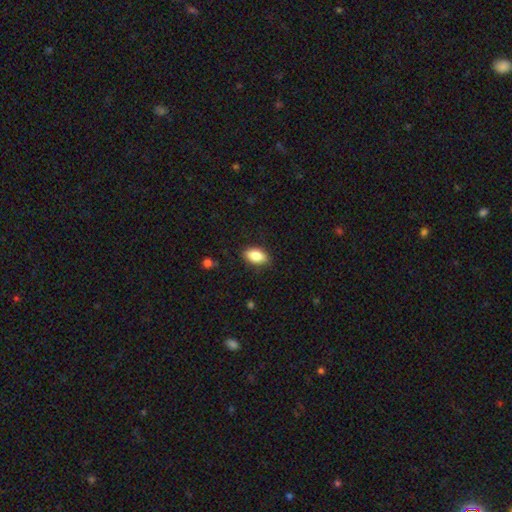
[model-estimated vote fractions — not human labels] Smooth or featured?
  - smooth: 87% *
  - star or artifact: 7%
  - featured or disk: 6%
How rounded?
  - in between: 91% *
  - round: 5%
  - cigar-shaped: 3%
Merging?
  - none: 85% *
  - minor disturbance: 11%
  - major disturbance: 2%
  - merger: 1%